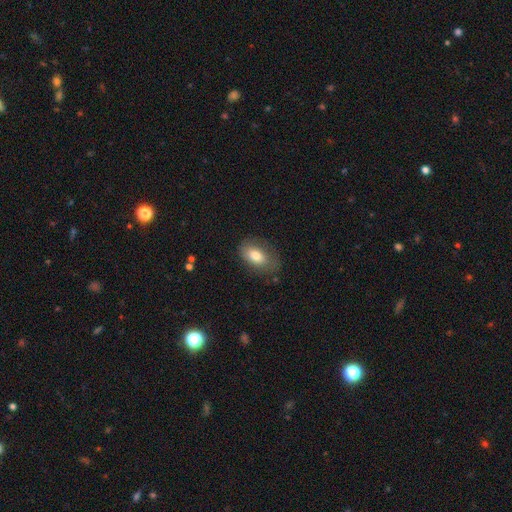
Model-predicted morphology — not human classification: Smooth or featured: smooth — 76% (featured or disk — 16%)
How rounded: in between — 89% (round — 9%)
Merging: none — 68% (minor disturbance — 22%)